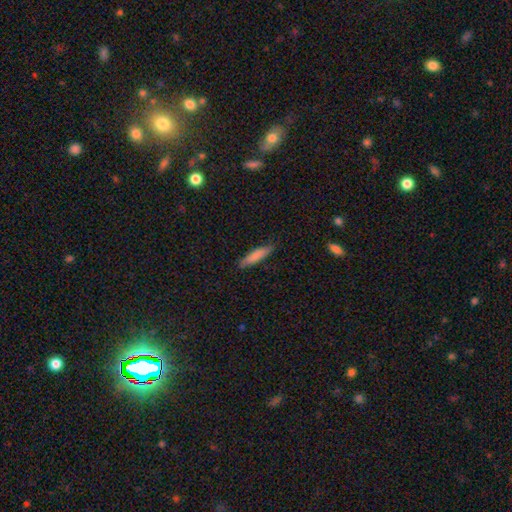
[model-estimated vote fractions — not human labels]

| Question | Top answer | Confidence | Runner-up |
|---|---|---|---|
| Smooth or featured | smooth | 82% | featured or disk (12%) |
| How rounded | cigar-shaped | 82% | in between (17%) |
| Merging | none | 85% | minor disturbance (12%) |